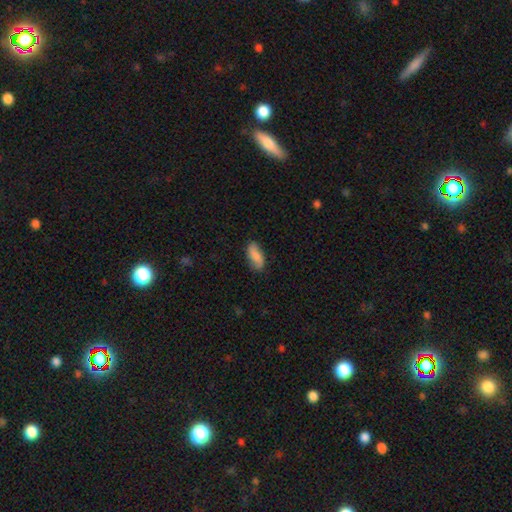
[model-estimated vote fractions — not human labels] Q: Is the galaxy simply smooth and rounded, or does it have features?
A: smooth — 82%.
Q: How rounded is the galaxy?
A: in between — 83%.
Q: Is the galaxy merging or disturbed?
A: none — 79%.